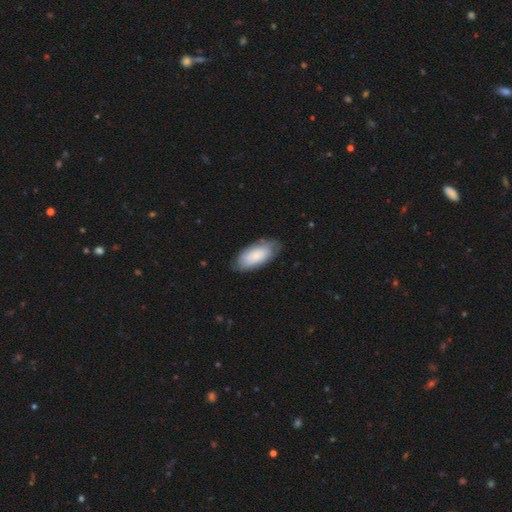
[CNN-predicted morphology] Smooth or featured? Predicted: smooth (p=0.75). How rounded? Predicted: in between (p=0.90). Merging? Predicted: none (p=0.74).